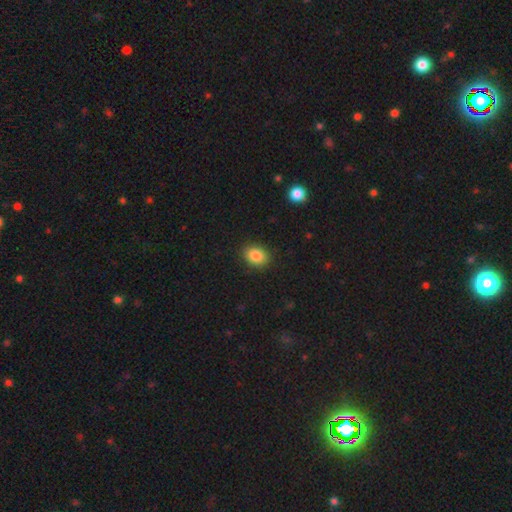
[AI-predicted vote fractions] Morphology: type=smooth (87%); roundness=in between (63%); merging=none (88%).